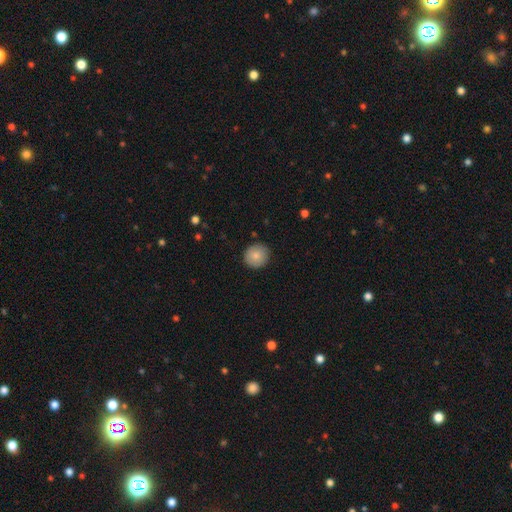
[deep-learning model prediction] Overall: smooth (83%). How rounded: round (92%). Merging: none (88%).